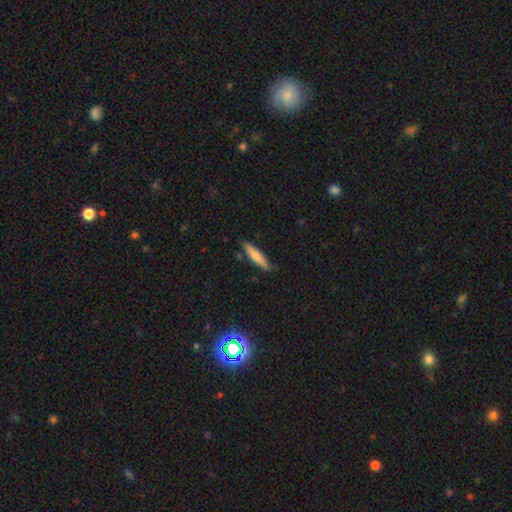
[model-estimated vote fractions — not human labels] Morphology: type=smooth (75%); roundness=cigar-shaped (86%); merging=none (83%).